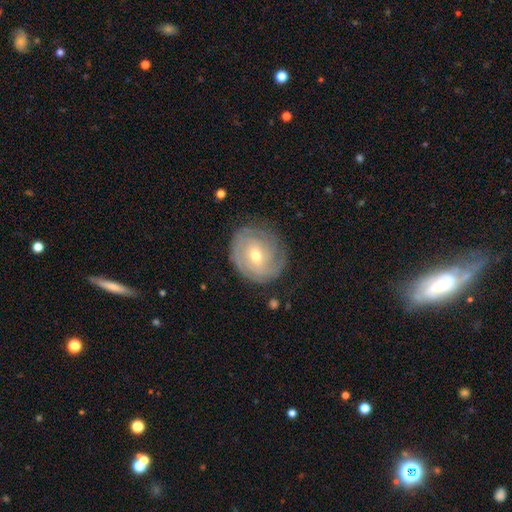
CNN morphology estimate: featured or disk 79%, smooth 15%, star or artifact 6%. Down the decision tree: edge-on disk — no (97%); bar — weak (48%); spiral arms — yes (92%); spiral arm count — can't tell (37%); spiral winding — tight (73%); bulge size — moderate (51%); merging — none (78%).